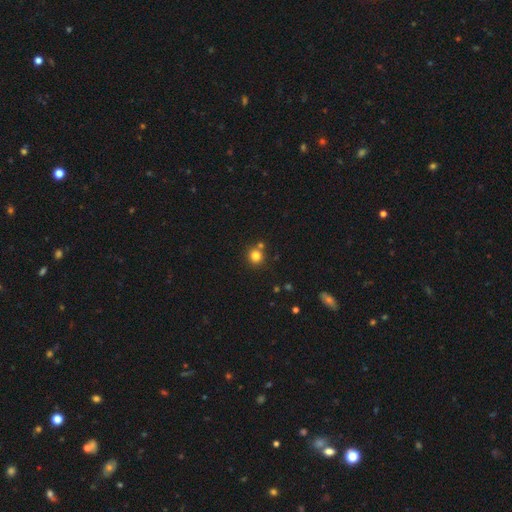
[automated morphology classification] Smooth or featured: smooth — 81% (star or artifact — 13%)
How rounded: round — 91% (in between — 8%)
Merging: none — 75% (merger — 14%)